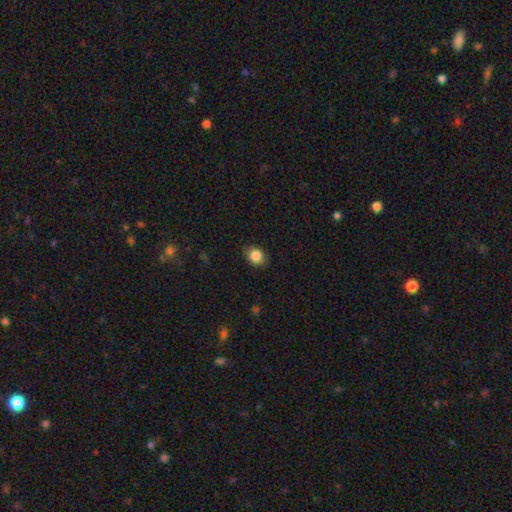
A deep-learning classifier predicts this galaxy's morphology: type=smooth (86%); roundness=round (55%); merging=none (84%).